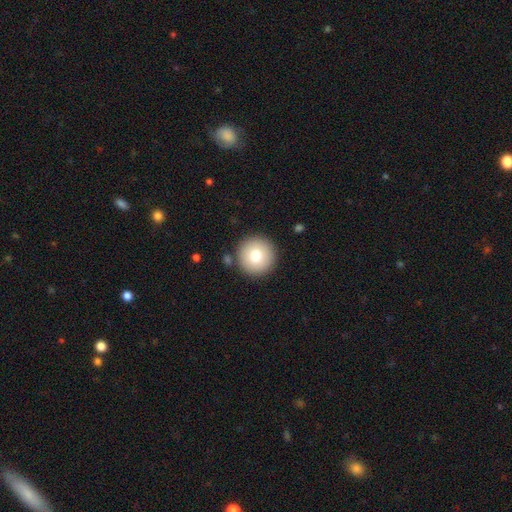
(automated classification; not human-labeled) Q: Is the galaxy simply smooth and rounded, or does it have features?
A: smooth — 76%.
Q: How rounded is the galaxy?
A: round — 96%.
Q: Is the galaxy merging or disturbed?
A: none — 88%.